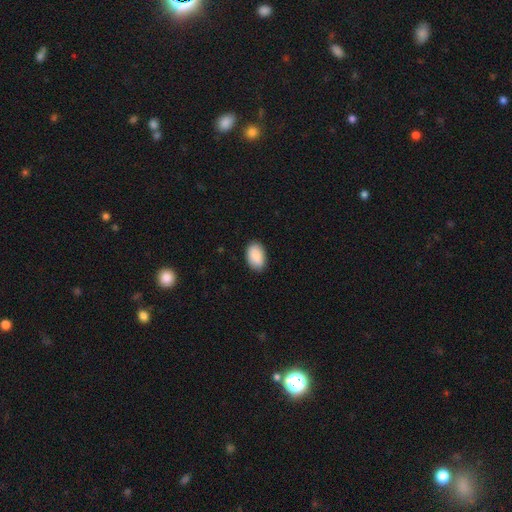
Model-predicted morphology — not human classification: smooth-or-featured: smooth: 90% | star or artifact: 6% | featured or disk: 4%
  how-rounded: in between: 92% | round: 7% | cigar-shaped: 1%
  merging: none: 86% | minor disturbance: 11% | major disturbance: 2% | merger: 1%